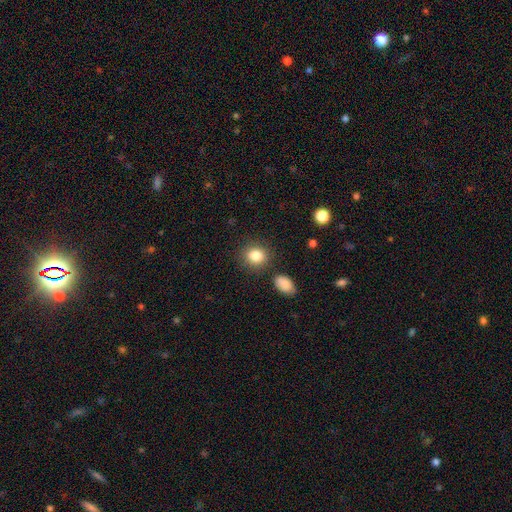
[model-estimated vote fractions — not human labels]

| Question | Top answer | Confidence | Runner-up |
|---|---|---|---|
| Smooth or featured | smooth | 84% | star or artifact (10%) |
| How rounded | round | 71% | in between (27%) |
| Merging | none | 83% | minor disturbance (9%) |